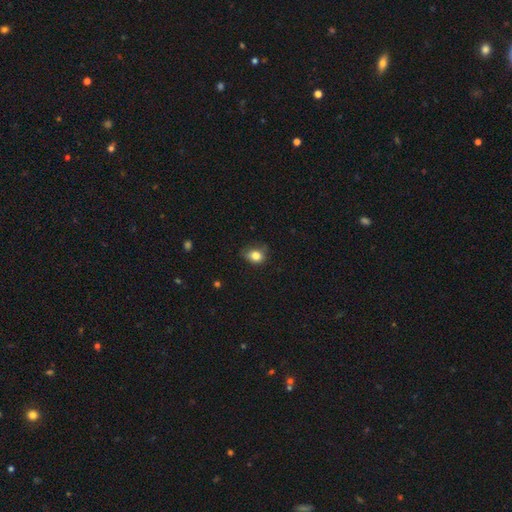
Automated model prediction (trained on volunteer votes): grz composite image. It shows a smooth galaxy with no disk features (80%) that is in between round and cigar-shaped (50%). Merging: none (53%).